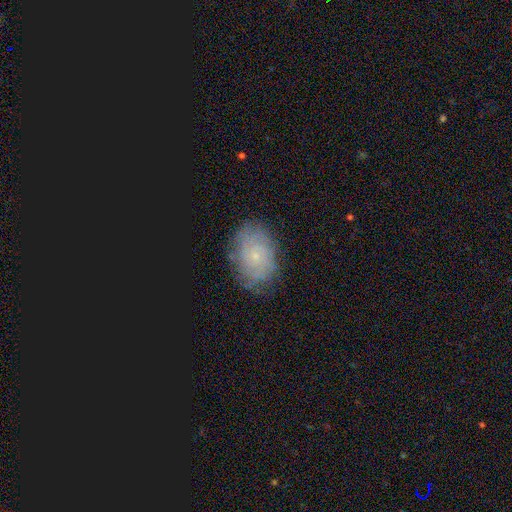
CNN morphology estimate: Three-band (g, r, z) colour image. It shows a featured or disk galaxy (57%) with no bar (84%), spiral arms (84%) and a small central bulge (84%). Merging: none (79%).